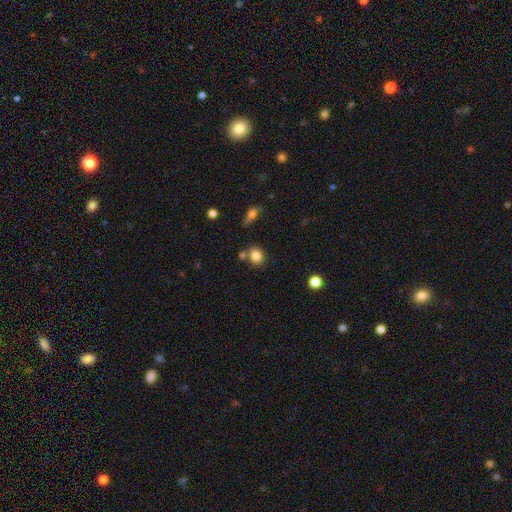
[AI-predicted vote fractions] This is clearly a smooth galaxy (83%). How rounded: likely round (66%). Merging: likely none (69%).